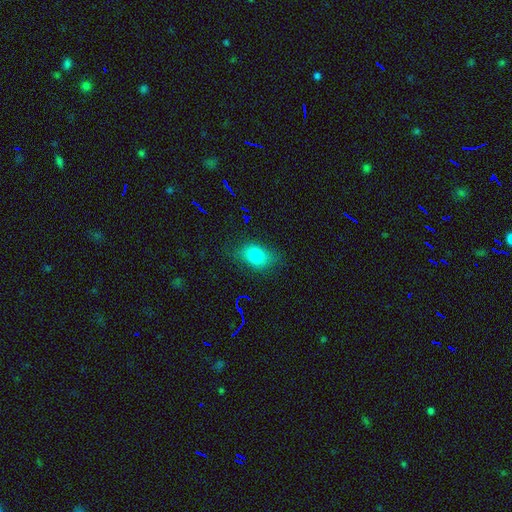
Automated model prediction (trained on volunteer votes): Smooth or featured: smooth — 76% (star or artifact — 14%)
How rounded: in between — 71% (round — 27%)
Merging: none — 76% (minor disturbance — 17%)